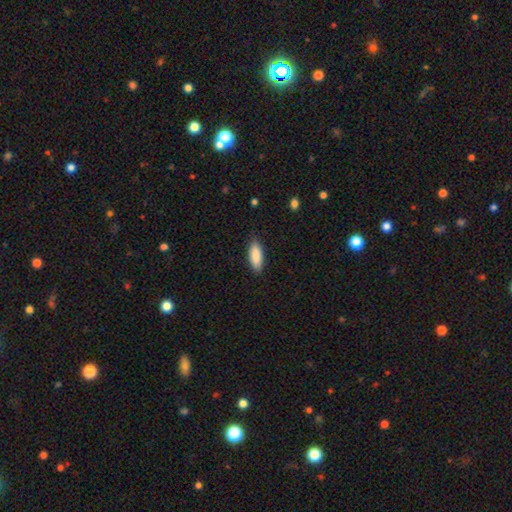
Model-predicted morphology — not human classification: Smooth or featured? smooth (88%)
How rounded? in between (69%)
Merging? none (86%)